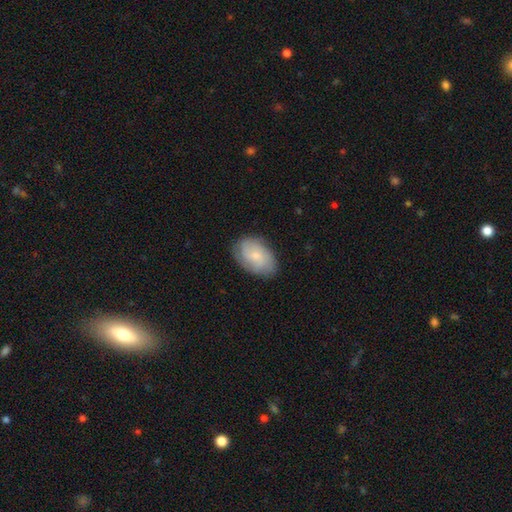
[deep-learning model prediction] Smooth or featured? smooth (50%)
Merging? none (77%)